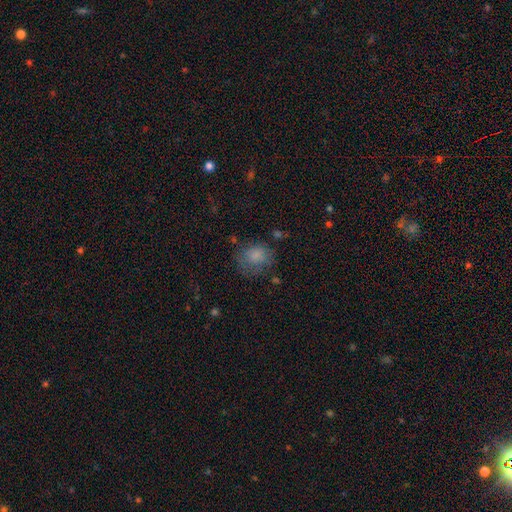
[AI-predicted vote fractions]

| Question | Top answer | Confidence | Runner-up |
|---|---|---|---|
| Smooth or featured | smooth | 76% | featured or disk (13%) |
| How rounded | round | 69% | in between (30%) |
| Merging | none | 57% | minor disturbance (24%) |